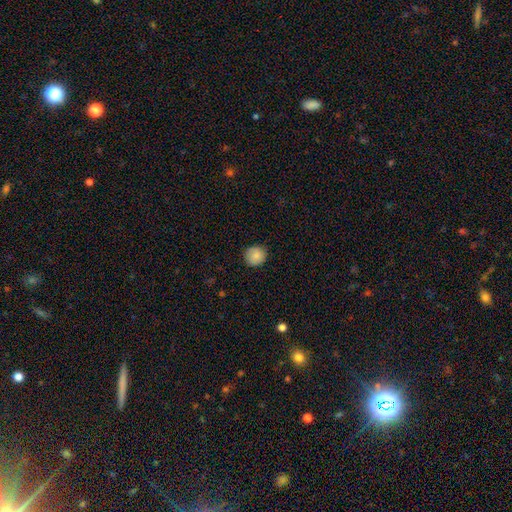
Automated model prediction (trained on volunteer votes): Overall: smooth (85%). How rounded: round (87%). Merging: none (85%).